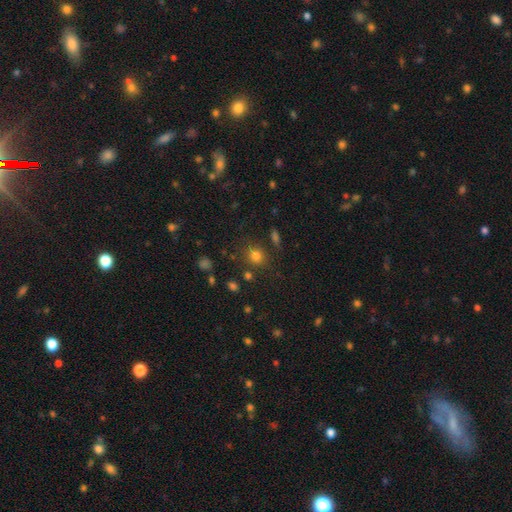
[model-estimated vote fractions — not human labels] This is likely a smooth galaxy (78%). How rounded: likely round (76%). Merging: likely none (79%).